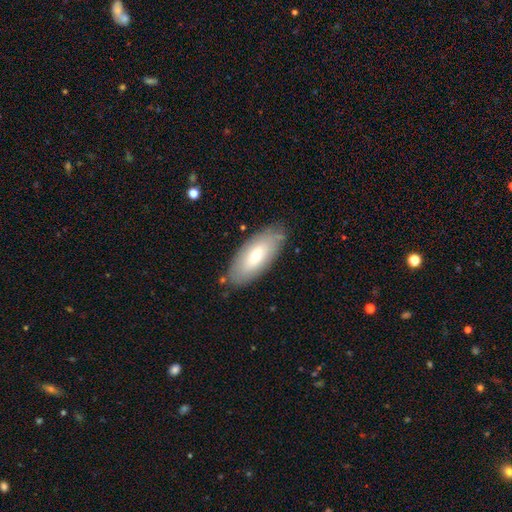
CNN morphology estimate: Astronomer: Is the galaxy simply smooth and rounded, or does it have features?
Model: smooth — 63%.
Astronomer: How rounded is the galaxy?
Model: in between — 83%.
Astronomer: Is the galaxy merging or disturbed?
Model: none — 81%.